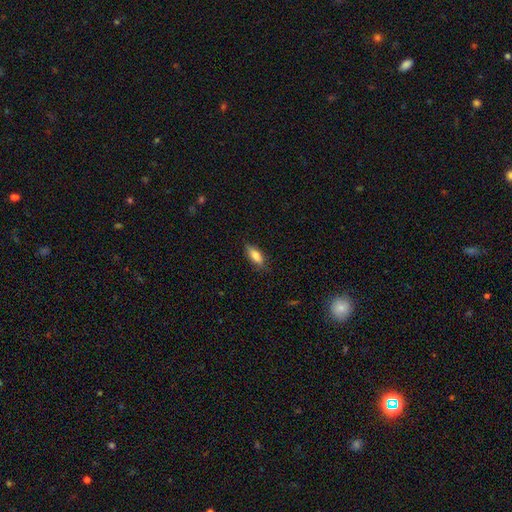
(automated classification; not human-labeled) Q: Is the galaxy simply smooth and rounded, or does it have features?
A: smooth — 78%.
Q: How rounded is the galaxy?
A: in between — 72%.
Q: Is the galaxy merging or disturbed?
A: none — 79%.